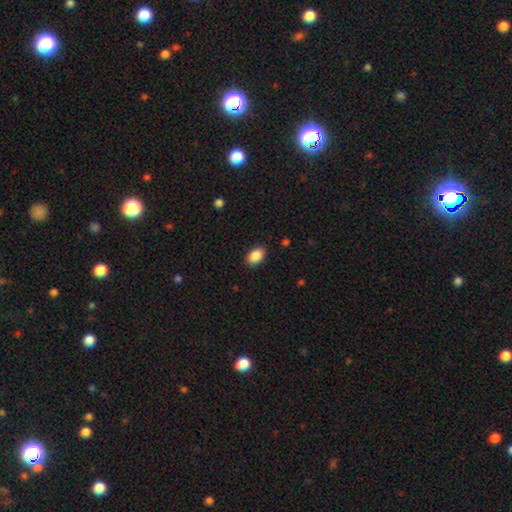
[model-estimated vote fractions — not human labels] This appears to be a smooth galaxy with no disk features (89%) that is in between round and cigar-shaped (86%). Merging: none (89%).